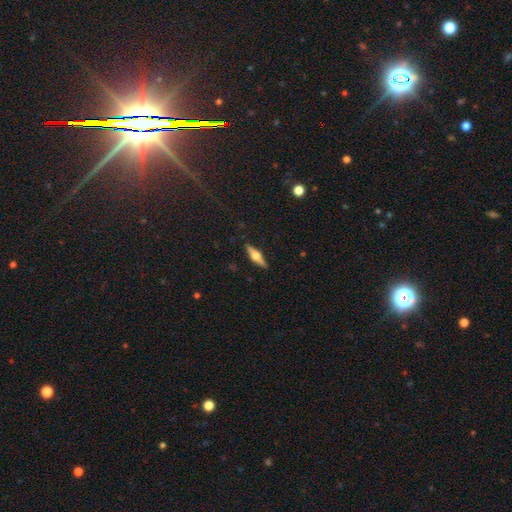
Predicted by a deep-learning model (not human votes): Overall: featured or disk (63%; smooth 31%). Edge-on disk: yes (96%). Edge-on bulge: rounded (94%). Merging: none (90%).